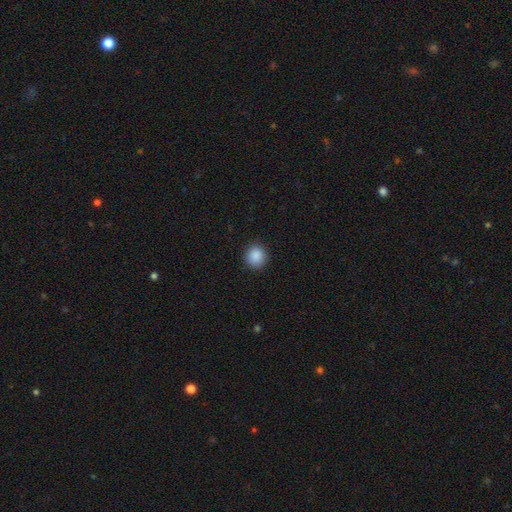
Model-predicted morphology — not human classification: Smooth or featured: smooth — 89% (star or artifact — 9%)
How rounded: round — 90% (in between — 9%)
Merging: none — 90% (minor disturbance — 7%)